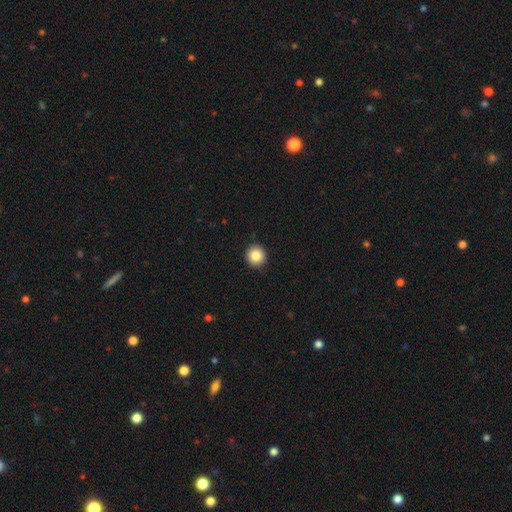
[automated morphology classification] smooth 86%, star or artifact 9%, featured or disk 5%. Down the decision tree: how rounded — round (91%); merging — none (91%).